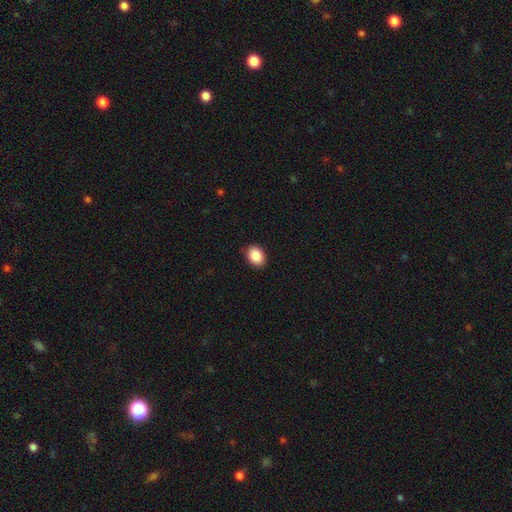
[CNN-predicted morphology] A smooth galaxy with no disk features (88%) that is in between round and cigar-shaped (69%). Merging: none (89%).